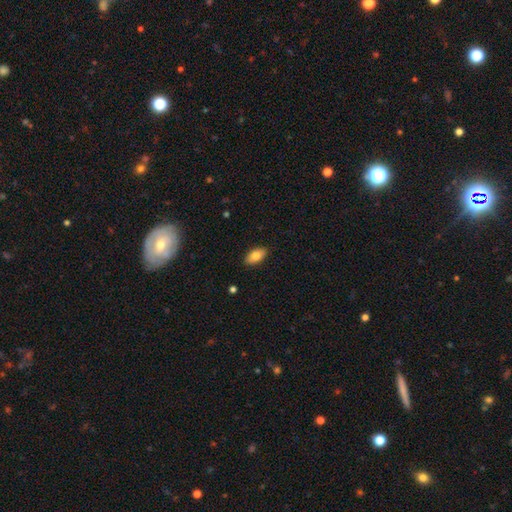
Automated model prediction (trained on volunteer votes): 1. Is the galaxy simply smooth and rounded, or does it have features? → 83% smooth, 10% featured or disk, 7% star or artifact.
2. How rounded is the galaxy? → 93% in between, 4% cigar-shaped, 3% round.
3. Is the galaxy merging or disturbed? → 88% none, 9% minor disturbance, 2% major disturbance, 1% merger.